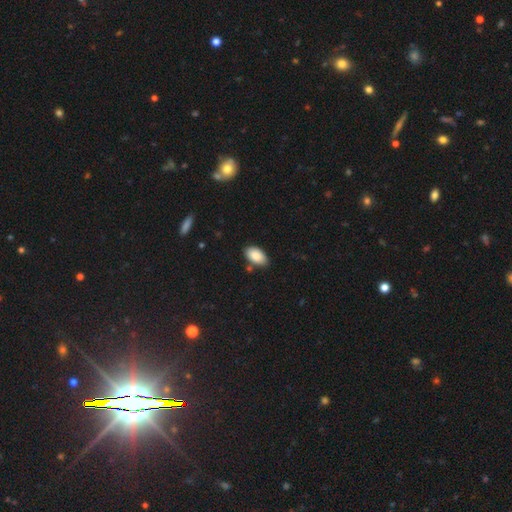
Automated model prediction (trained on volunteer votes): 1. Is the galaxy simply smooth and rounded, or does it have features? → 88% smooth, 7% star or artifact, 6% featured or disk.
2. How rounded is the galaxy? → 95% in between, 4% round, 1% cigar-shaped.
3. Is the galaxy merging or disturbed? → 81% none, 12% minor disturbance, 4% merger, 2% major disturbance.